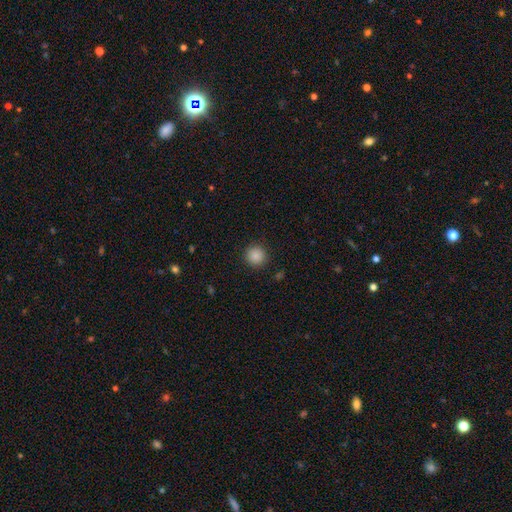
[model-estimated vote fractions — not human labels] Q: Smooth or featured?
A: smooth (87%); runner-up: star or artifact (10%)
Q: How rounded?
A: round (94%); runner-up: in between (5%)
Q: Merging?
A: none (91%); runner-up: minor disturbance (5%)